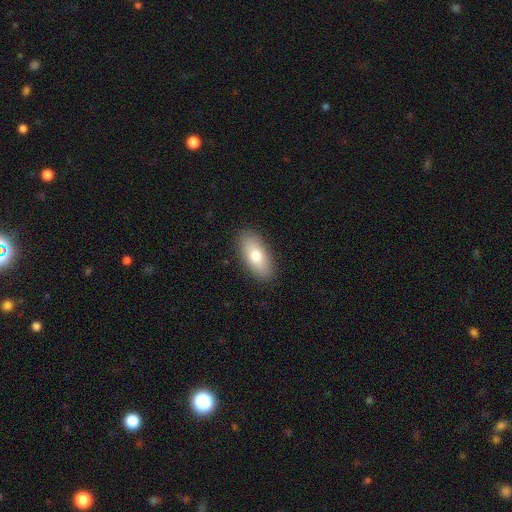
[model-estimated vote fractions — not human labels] This is likely a smooth galaxy (77%). How rounded: clearly in between (84%). Merging: clearly none (89%).